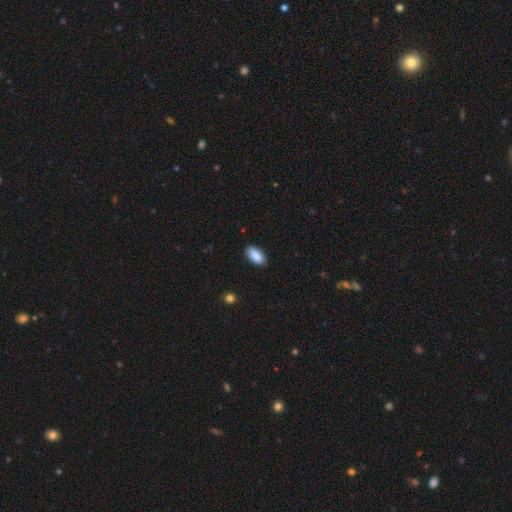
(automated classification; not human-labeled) Smooth or featured? smooth (89%)
How rounded? in between (93%)
Merging? none (87%)